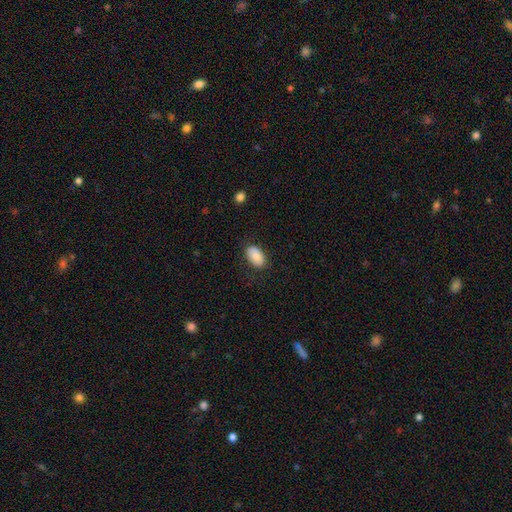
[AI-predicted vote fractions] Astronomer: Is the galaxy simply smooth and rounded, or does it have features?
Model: smooth — 83%.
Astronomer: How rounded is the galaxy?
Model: in between — 93%.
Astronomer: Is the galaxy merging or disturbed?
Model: none — 80%.